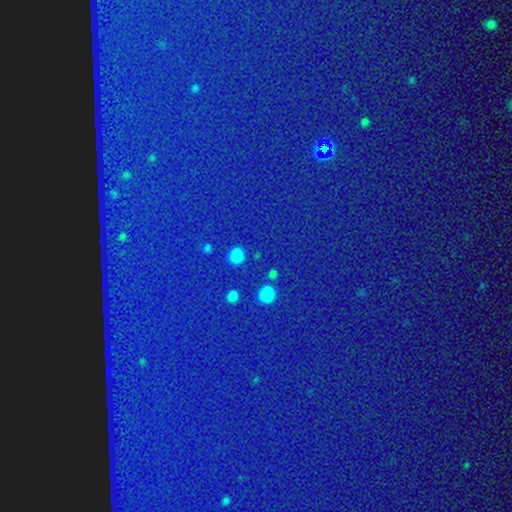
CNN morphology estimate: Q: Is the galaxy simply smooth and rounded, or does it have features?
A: star or artifact — 81%.